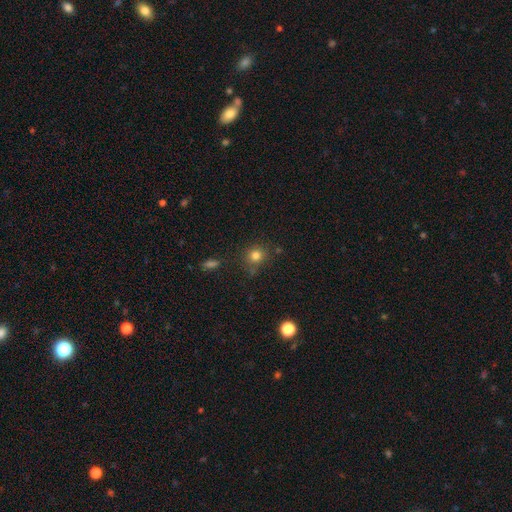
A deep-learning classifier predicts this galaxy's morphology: Smooth or featured? smooth (79%)
How rounded? round (84%)
Merging? none (75%)